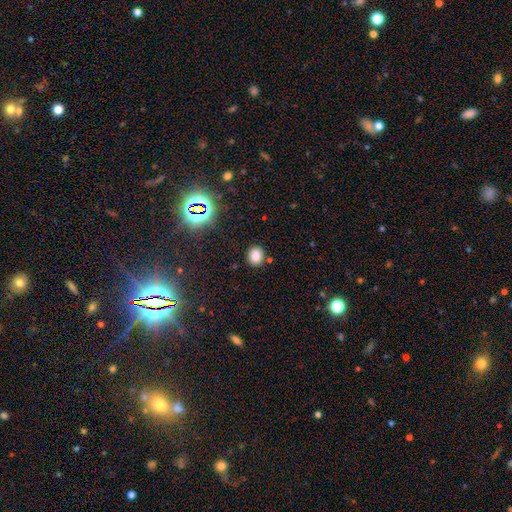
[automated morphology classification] Smooth or featured: smooth — 78% (star or artifact — 16%)
How rounded: round — 60% (in between — 39%)
Merging: none — 84% (minor disturbance — 10%)